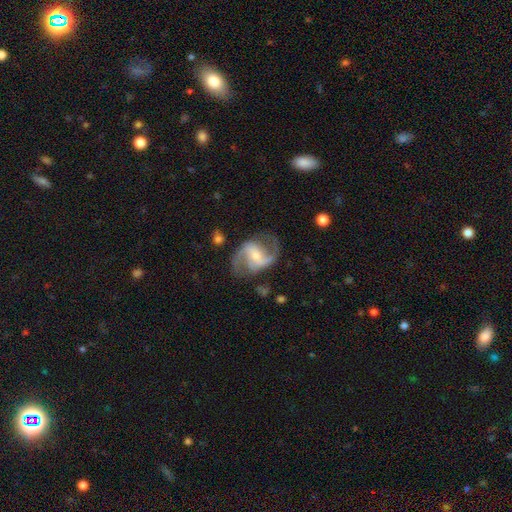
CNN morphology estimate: smooth-or-featured: featured or disk: 89% | smooth: 6% | star or artifact: 5%
  disk-edge-on: no: 98% | yes: 2%
    bar: weak: 44% | strong: 33% | no: 23%
    has-spiral-arms: yes: 97% | no: 3%
      spiral-winding: medium: 50% | loose: 40% | tight: 10%
      spiral-arm-count: 2: 90% | 3: 3% | can't tell: 2% | 1: 2% | 4: 1% | more than 4: 1%
    bulge-size: small: 51% | moderate: 40% | large: 4% | none: 4% | dominant: 1%
  merging: none: 73% | minor disturbance: 15% | major disturbance: 10% | merger: 2%